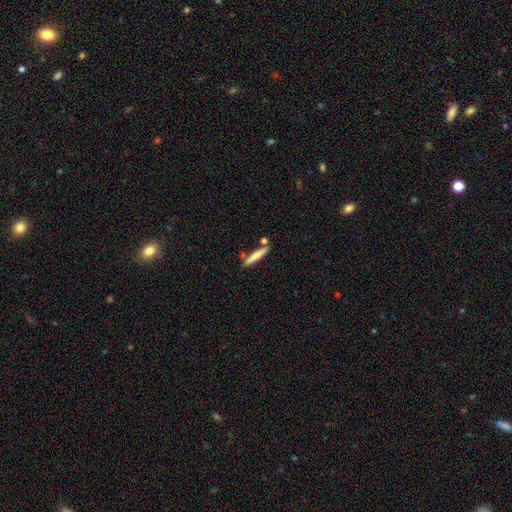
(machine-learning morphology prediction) This appears to be a smooth galaxy with no disk features (67%) that is cigar-shaped (91%). Merging: none (75%).